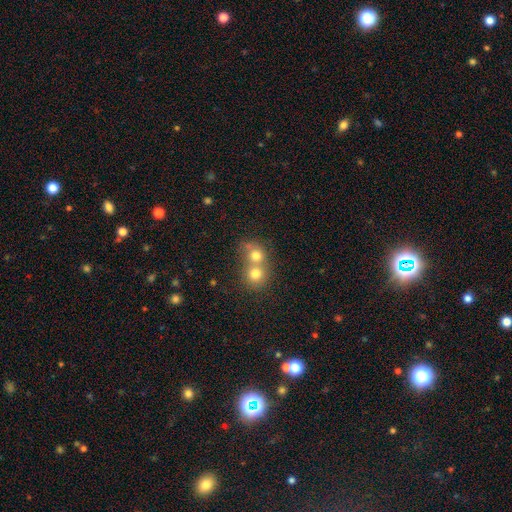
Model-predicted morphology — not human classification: Smooth or featured?
  - smooth: 74% *
  - featured or disk: 14%
  - star or artifact: 11%
How rounded?
  - round: 78% *
  - in between: 21%
  - cigar-shaped: 1%
Merging?
  - merger: 66% *
  - none: 27%
  - minor disturbance: 5%
  - major disturbance: 2%